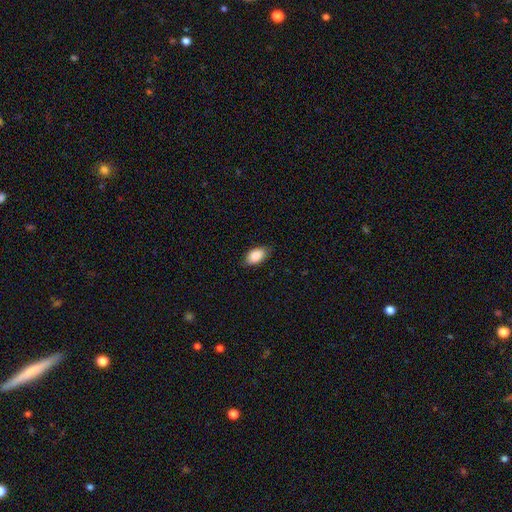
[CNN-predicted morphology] Smooth or featured?
  - smooth: 89% *
  - star or artifact: 6%
  - featured or disk: 5%
How rounded?
  - in between: 93% *
  - round: 5%
  - cigar-shaped: 2%
Merging?
  - none: 82% *
  - minor disturbance: 15%
  - major disturbance: 3%
  - merger: 1%